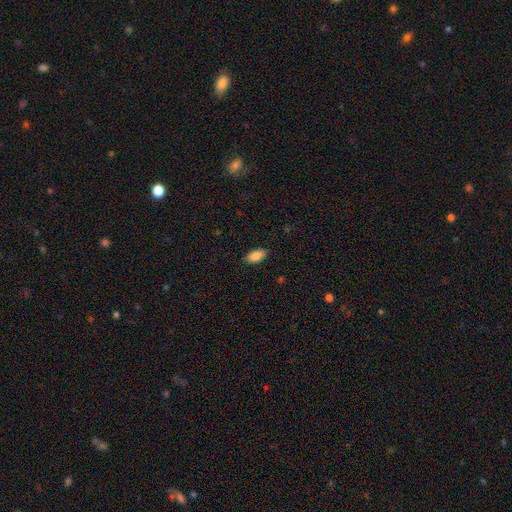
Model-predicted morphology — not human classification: Smooth or featured: smooth — 87% (star or artifact — 7%)
How rounded: in between — 93% (cigar-shaped — 4%)
Merging: none — 88% (minor disturbance — 9%)